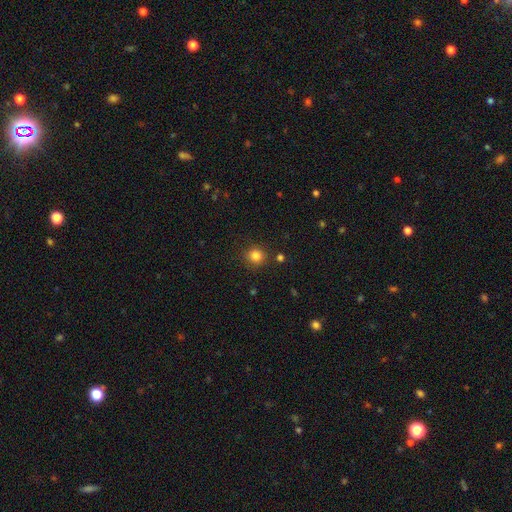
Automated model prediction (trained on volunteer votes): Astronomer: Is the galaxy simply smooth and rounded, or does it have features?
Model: smooth — 82%.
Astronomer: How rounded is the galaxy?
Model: round — 91%.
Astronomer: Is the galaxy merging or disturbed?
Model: none — 87%.